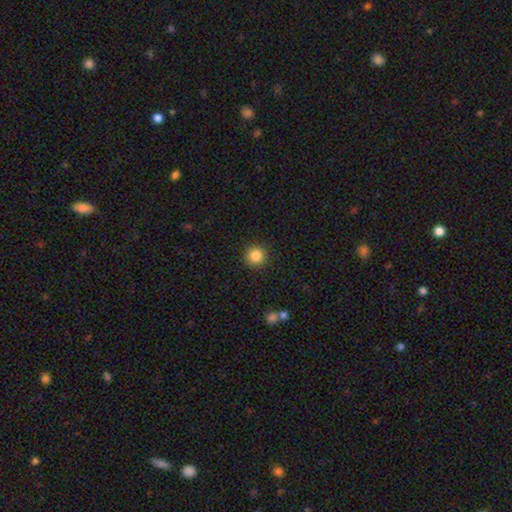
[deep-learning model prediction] Smooth or featured?
  - smooth: 86% *
  - star or artifact: 10%
  - featured or disk: 4%
How rounded?
  - round: 95% *
  - in between: 4%
  - cigar-shaped: 1%
Merging?
  - none: 92% *
  - minor disturbance: 5%
  - major disturbance: 2%
  - merger: 1%